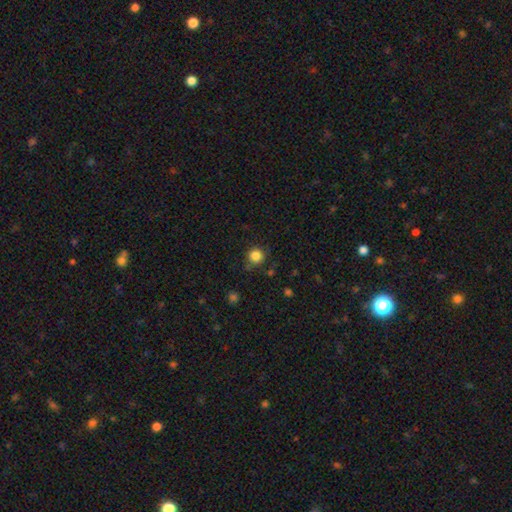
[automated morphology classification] Smooth or featured? smooth (84%)
How rounded? round (93%)
Merging? none (81%)